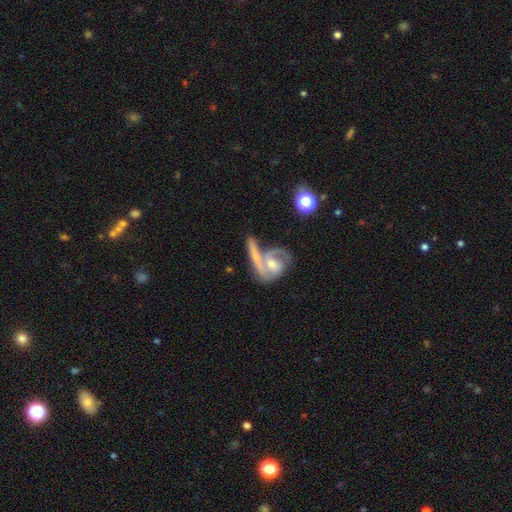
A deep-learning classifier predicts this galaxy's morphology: smooth-or-featured: featured or disk: 66% | smooth: 27% | star or artifact: 6%
  disk-edge-on: no: 79% | yes: 21%
    bar: no: 57% | weak: 31% | strong: 12%
    has-spiral-arms: yes: 79% | no: 21%
    bulge-size: moderate: 51% | small: 40% | none: 4% | large: 4% | dominant: 2%
  merging: merger: 43% | none: 37% | minor disturbance: 12% | major disturbance: 8%